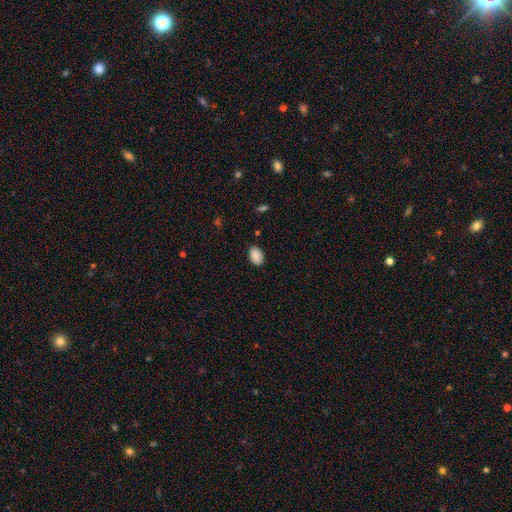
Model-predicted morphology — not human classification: smooth-or-featured: smooth: 89% | star or artifact: 7% | featured or disk: 4%
  how-rounded: in between: 88% | round: 11% | cigar-shaped: 1%
  merging: none: 86% | minor disturbance: 11% | major disturbance: 2% | merger: 1%